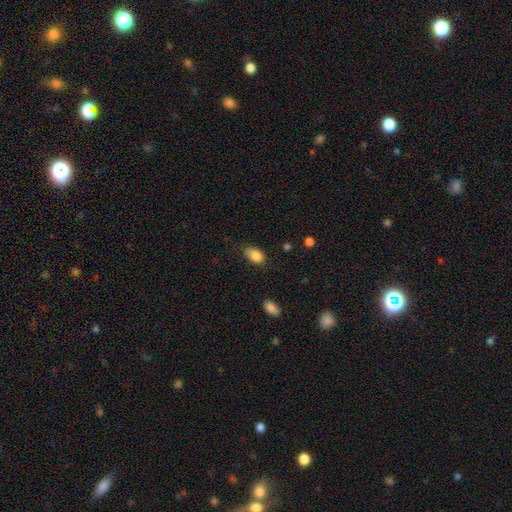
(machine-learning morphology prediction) Q: Smooth or featured?
A: smooth (85%); runner-up: star or artifact (8%)
Q: How rounded?
A: in between (87%); runner-up: round (11%)
Q: Merging?
A: none (66%); runner-up: minor disturbance (27%)